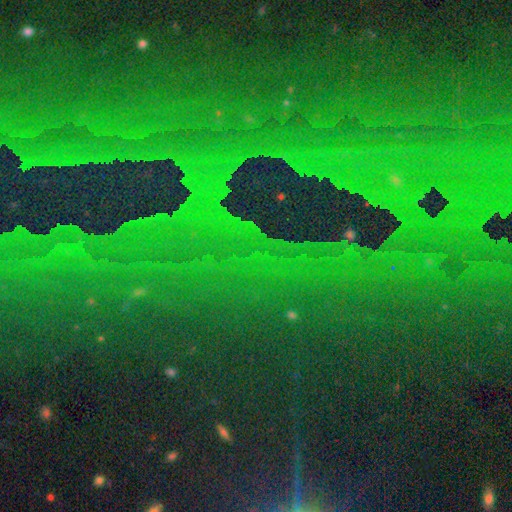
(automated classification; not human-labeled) Q: Smooth or featured?
A: star or artifact (85%); runner-up: smooth (8%)